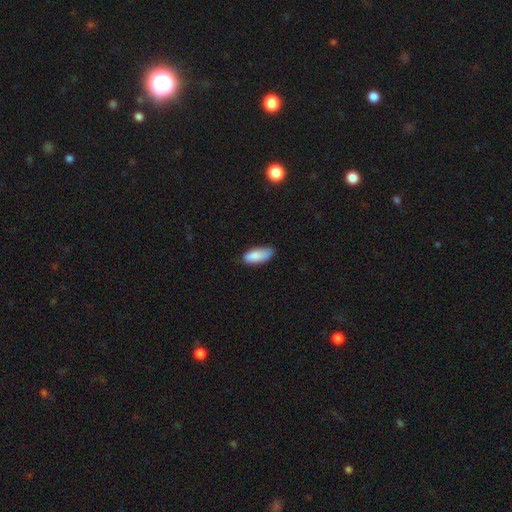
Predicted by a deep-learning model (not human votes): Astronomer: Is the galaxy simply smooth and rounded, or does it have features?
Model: smooth — 87%.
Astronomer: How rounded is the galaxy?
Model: in between — 85%.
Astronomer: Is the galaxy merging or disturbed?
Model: none — 64%.